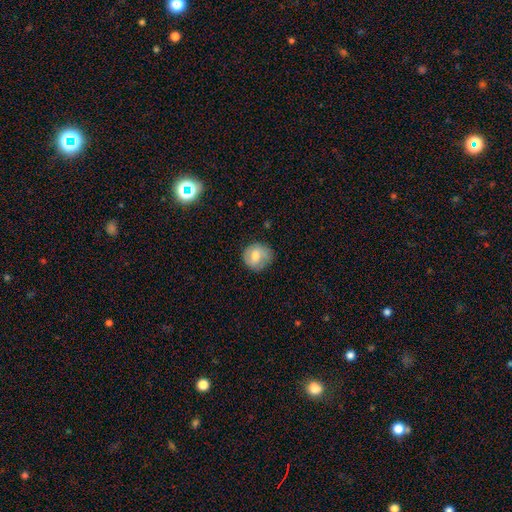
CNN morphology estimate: Smooth or featured? Predicted: smooth (p=0.68). How rounded? Predicted: round (p=0.82). Merging? Predicted: none (p=0.74).